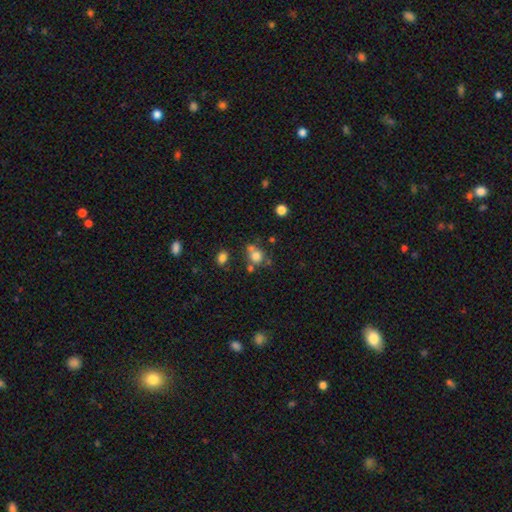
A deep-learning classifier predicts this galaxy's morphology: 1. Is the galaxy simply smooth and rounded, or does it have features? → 72% smooth, 15% star or artifact, 13% featured or disk.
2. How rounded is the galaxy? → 80% round, 19% in between, 1% cigar-shaped.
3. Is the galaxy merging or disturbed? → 51% none, 30% merger, 12% minor disturbance, 6% major disturbance.